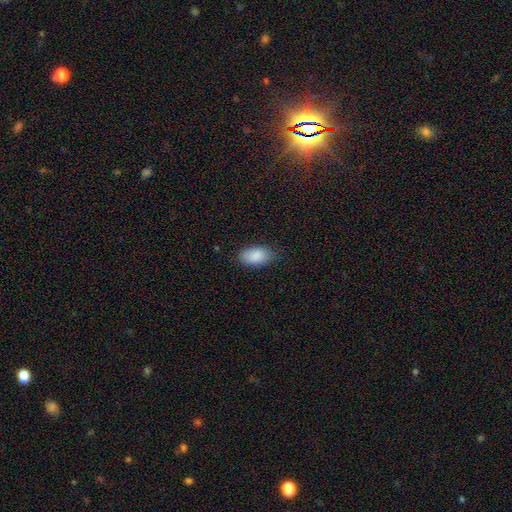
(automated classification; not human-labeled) Overall: smooth (89%). How rounded: in between (94%). Merging: none (79%).